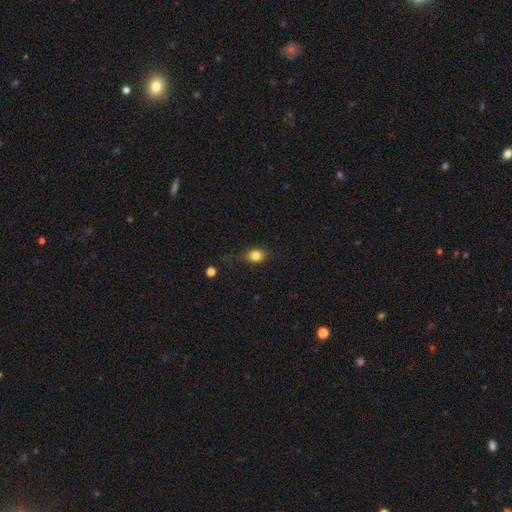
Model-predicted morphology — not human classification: Smooth or featured? Predicted: smooth (p=0.82). How rounded? Predicted: round (p=0.57). Merging? Predicted: none (p=0.68).